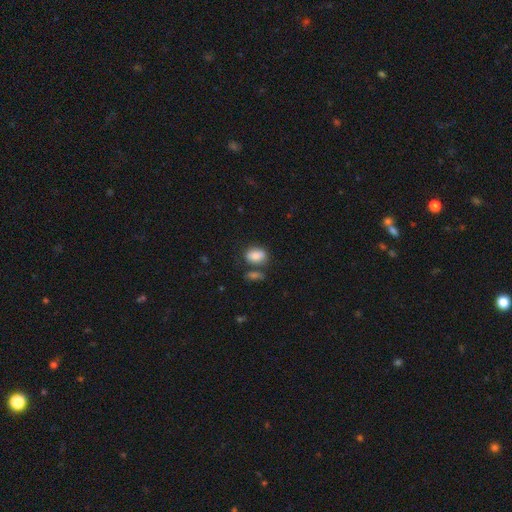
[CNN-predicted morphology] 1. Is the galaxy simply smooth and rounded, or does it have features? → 83% smooth, 9% featured or disk, 8% star or artifact.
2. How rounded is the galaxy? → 75% in between, 23% round, 2% cigar-shaped.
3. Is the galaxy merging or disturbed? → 59% none, 18% minor disturbance, 17% merger, 6% major disturbance.